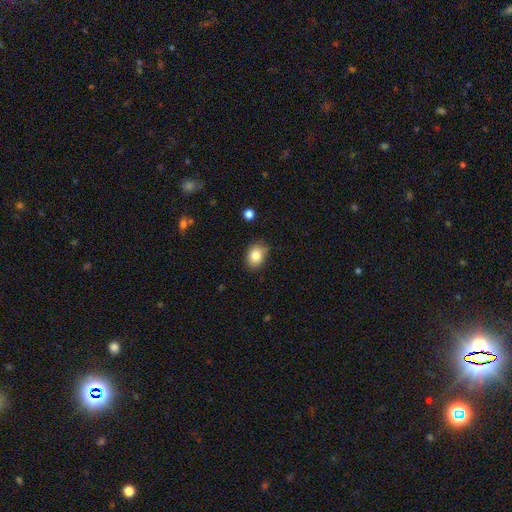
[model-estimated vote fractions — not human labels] Morphology: type=smooth (83%); roundness=in between (57%); merging=none (75%).